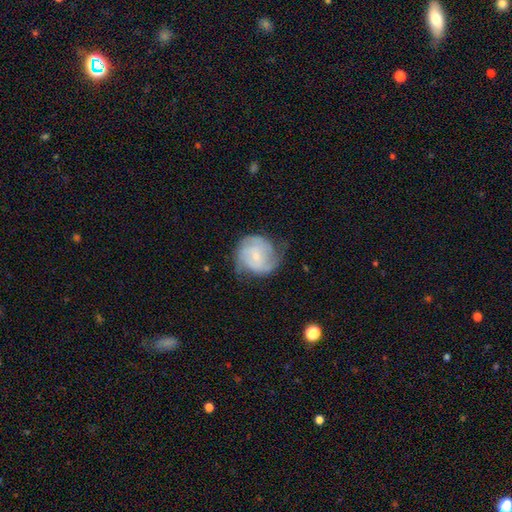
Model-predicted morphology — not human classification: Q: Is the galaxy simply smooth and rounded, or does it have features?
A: featured or disk — 67%.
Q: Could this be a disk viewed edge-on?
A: no — 98%.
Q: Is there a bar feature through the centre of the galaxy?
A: no — 56%.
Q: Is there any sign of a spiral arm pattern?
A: yes — 89%.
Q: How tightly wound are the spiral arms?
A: tight — 46%.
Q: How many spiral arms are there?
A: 2 — 41%.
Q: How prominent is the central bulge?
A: small — 66%.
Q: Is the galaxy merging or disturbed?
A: none — 58%.